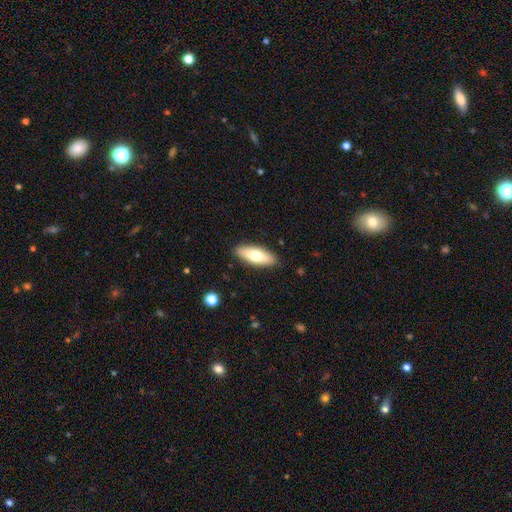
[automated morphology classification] A smooth galaxy with no disk features (68%) that is in between round and cigar-shaped (67%).

Vote fractions:
- Smooth or featured? smooth: 68% / featured or disk: 26% / star or artifact: 6%
- How rounded? in between: 67% / cigar-shaped: 31% / round: 2%
- Merging? none: 89% / minor disturbance: 8% / major disturbance: 2% / merger: 1%